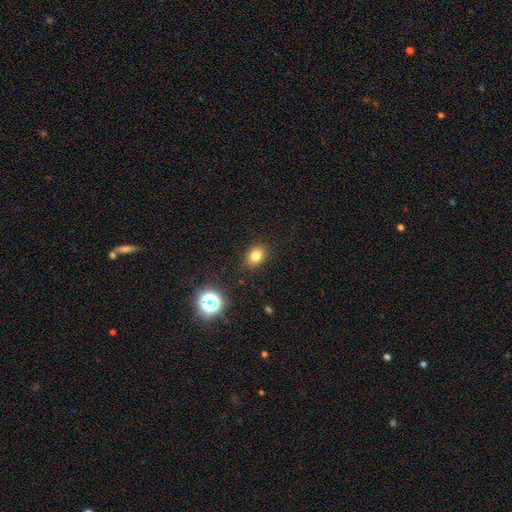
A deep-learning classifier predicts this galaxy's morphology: Overall: smooth (79%). How rounded: in between (62%; round 36%). Merging: none (87%).